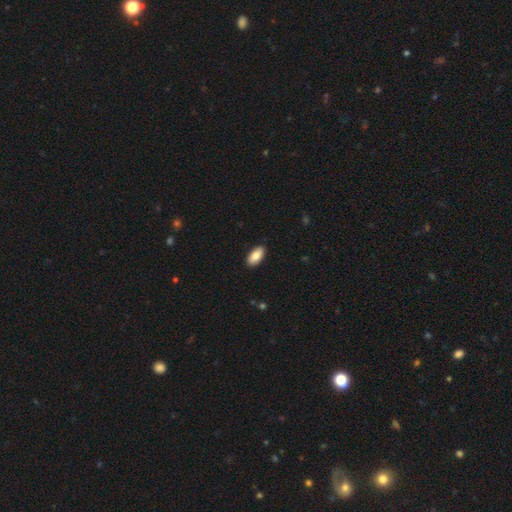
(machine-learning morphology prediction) smooth-or-featured: smooth: 85% | featured or disk: 9% | star or artifact: 6%
  how-rounded: in between: 92% | cigar-shaped: 6% | round: 2%
  merging: none: 90% | minor disturbance: 8% | major disturbance: 2% | merger: 1%